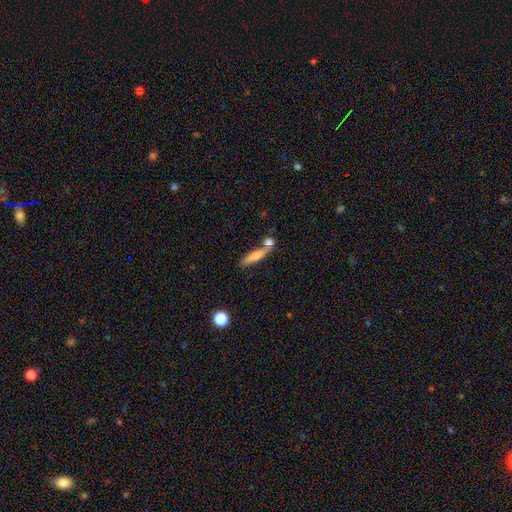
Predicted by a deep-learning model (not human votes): This appears to be a smooth galaxy with no disk features (62%) that is cigar-shaped (81%). Merging: none (50%).